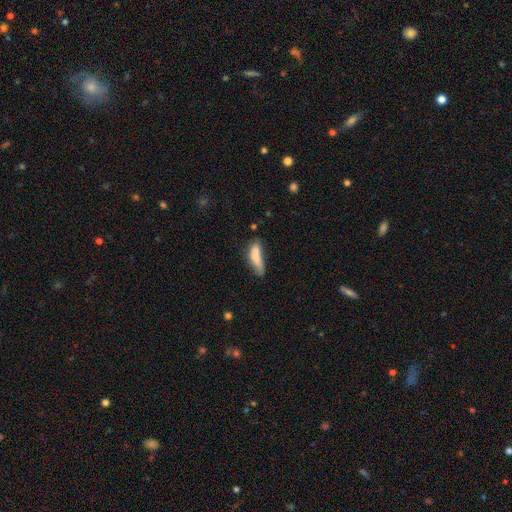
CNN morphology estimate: A smooth galaxy with no disk features (75%) that is cigar-shaped (53%).

Vote fractions:
- Smooth or featured? smooth: 75% / featured or disk: 17% / star or artifact: 9%
- How rounded? cigar-shaped: 53% / in between: 45% / round: 2%
- Merging? none: 35% / minor disturbance: 32% / major disturbance: 20% / merger: 13%